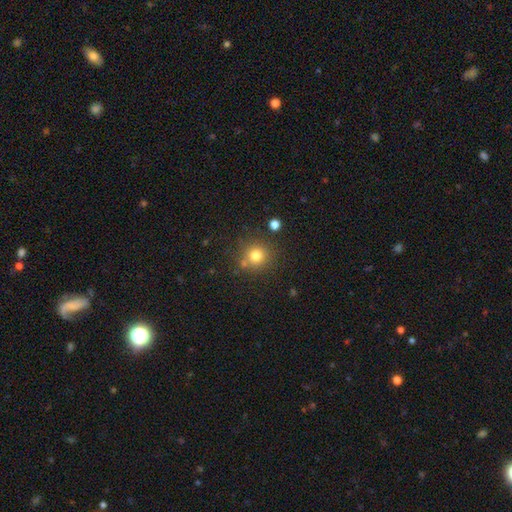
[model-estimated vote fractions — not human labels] Smooth or featured?
  - smooth: 77% *
  - star or artifact: 14%
  - featured or disk: 8%
How rounded?
  - round: 92% *
  - in between: 7%
  - cigar-shaped: 1%
Merging?
  - none: 78% *
  - minor disturbance: 10%
  - merger: 8%
  - major disturbance: 4%